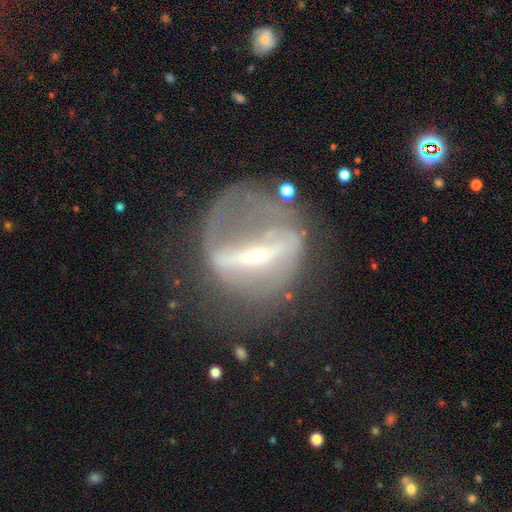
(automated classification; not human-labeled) Smooth or featured: featured or disk — 76% (smooth — 14%)
Edge-on disk: no — 82% (yes — 18%)
Bar: strong — 74% (weak — 16%)
Spiral arms: no — 51% (yes — 49%)
Bulge size: small — 75% (moderate — 17%)
Merging: major disturbance — 39% (none — 37%)